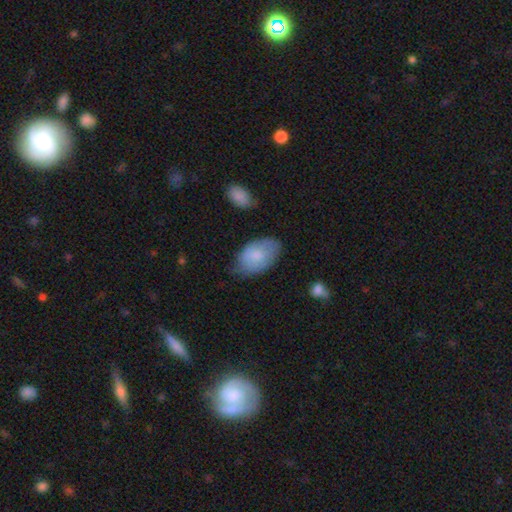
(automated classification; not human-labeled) Smooth or featured: smooth — 76% (featured or disk — 18%)
How rounded: in between — 93% (round — 6%)
Merging: none — 65% (minor disturbance — 27%)